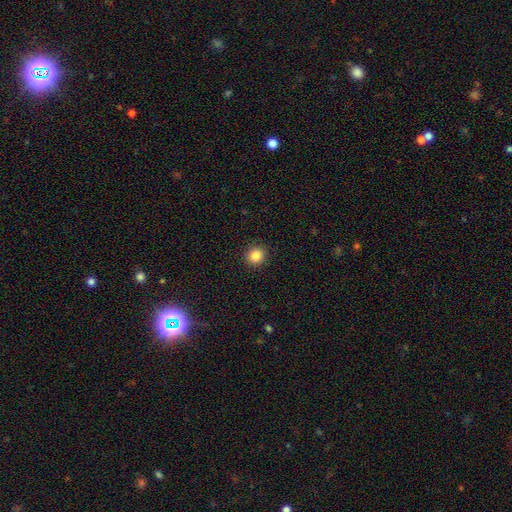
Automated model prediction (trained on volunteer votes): Smooth or featured? Predicted: smooth (p=0.86). How rounded? Predicted: round (p=0.88). Merging? Predicted: none (p=0.91).